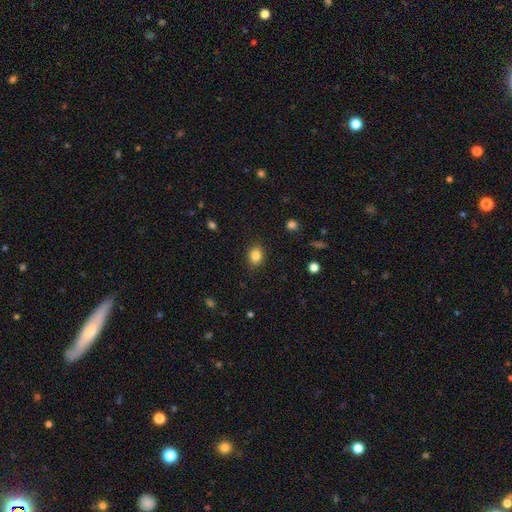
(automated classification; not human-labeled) smooth_or_featured: smooth (p=0.84) [alt: star or artifact p=0.10]
how_rounded: in between (p=0.58) [alt: round p=0.41]
merging: none (p=0.87) [alt: minor disturbance p=0.09]